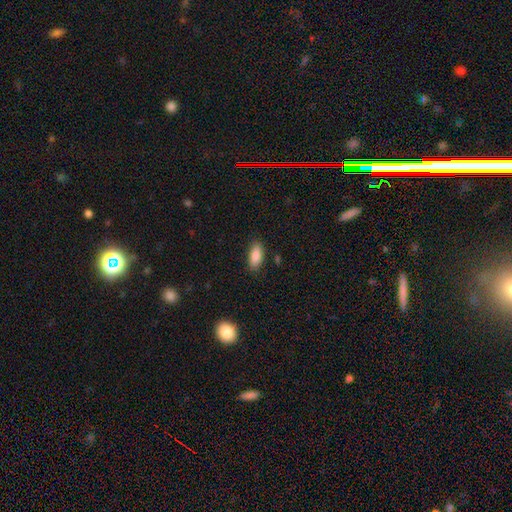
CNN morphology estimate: This appears to be a smooth galaxy with no disk features (87%) that is in between round and cigar-shaped (86%). Merging: none (85%).